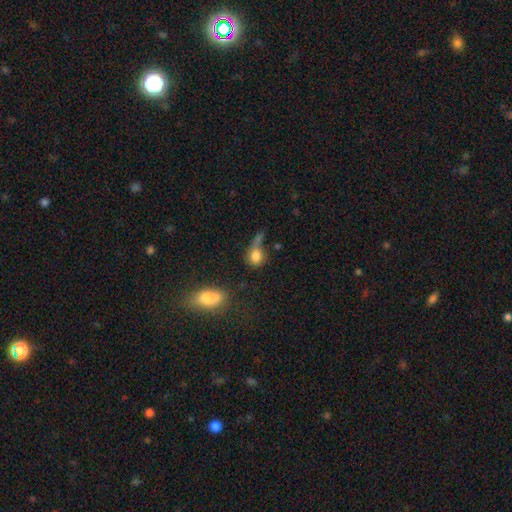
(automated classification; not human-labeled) Morphology: type=smooth (77%); roundness=round (49%); merging=none (34%).